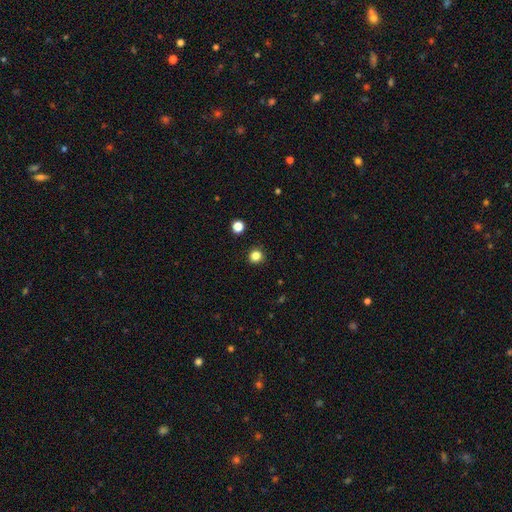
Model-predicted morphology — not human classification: This appears to be a smooth galaxy with no disk features (84%) that is round (94%). Merging: none (92%).